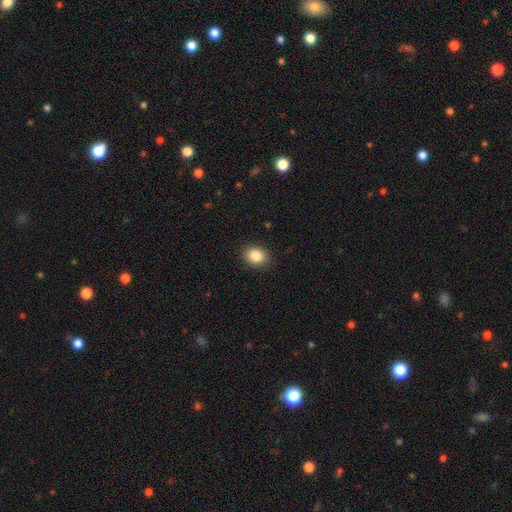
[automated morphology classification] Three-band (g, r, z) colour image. It shows a smooth galaxy with no disk features (86%) that is in between round and cigar-shaped (55%). Merging: none (89%).